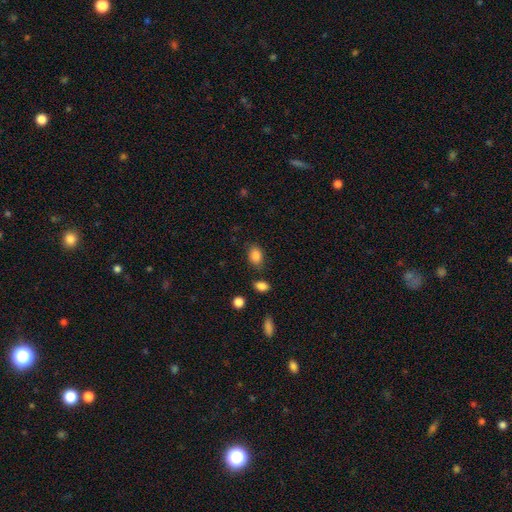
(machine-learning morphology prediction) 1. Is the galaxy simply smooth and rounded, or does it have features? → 86% smooth, 9% star or artifact, 5% featured or disk.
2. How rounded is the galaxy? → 75% in between, 24% round, 1% cigar-shaped.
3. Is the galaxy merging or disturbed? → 76% none, 14% minor disturbance, 5% merger, 4% major disturbance.